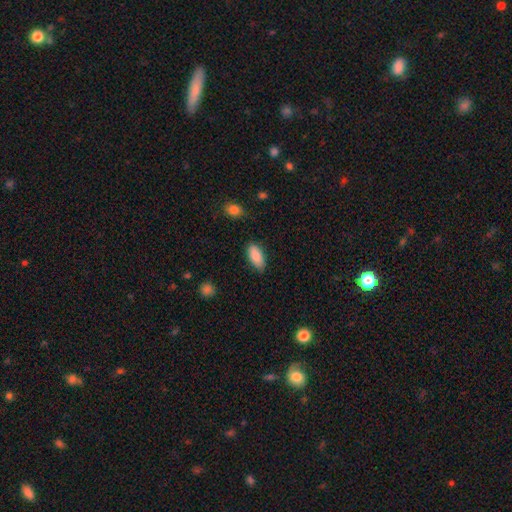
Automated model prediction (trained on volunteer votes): Morphology: type=smooth (88%); roundness=in between (88%); merging=none (82%).